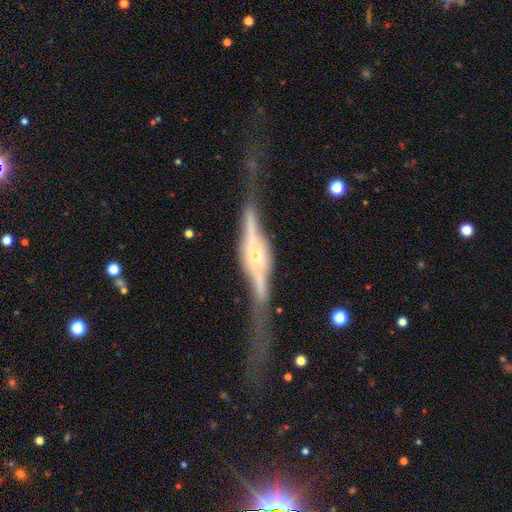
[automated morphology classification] featured or disk 87%, smooth 8%, star or artifact 5%. Down the decision tree: edge-on disk — yes (90%); edge-on bulge — rounded (80%); merging — none (58%).